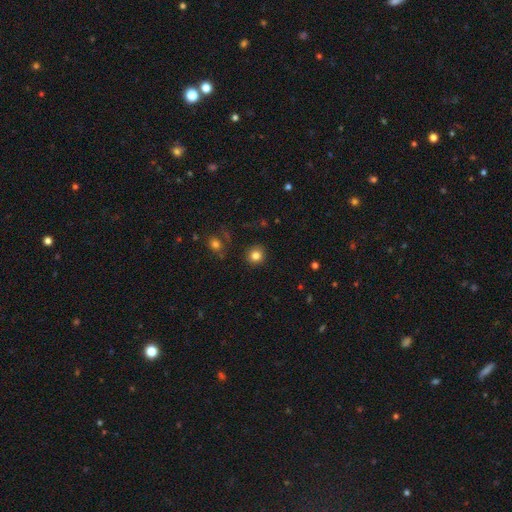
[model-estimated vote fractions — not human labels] A smooth galaxy with no disk features (83%) that is round (90%). Merging: none (90%).